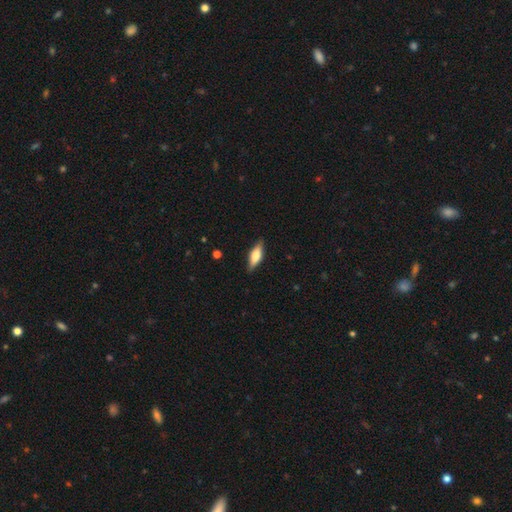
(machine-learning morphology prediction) Smooth or featured: smooth — 58% (featured or disk — 36%)
How rounded: in between — 62% (cigar-shaped — 36%)
Merging: none — 86% (minor disturbance — 11%)